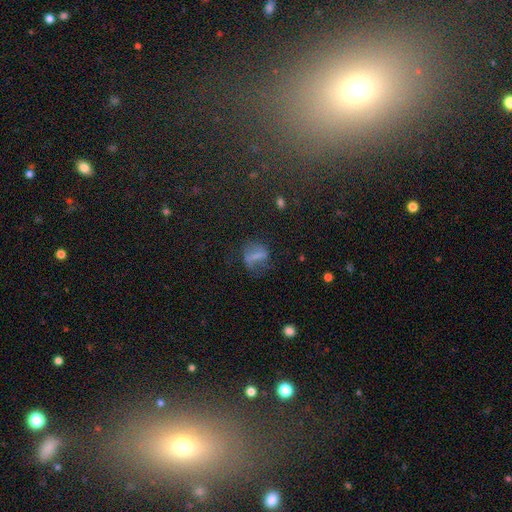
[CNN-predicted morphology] This is possibly a smooth galaxy (47%). Merging: possibly none (51%).